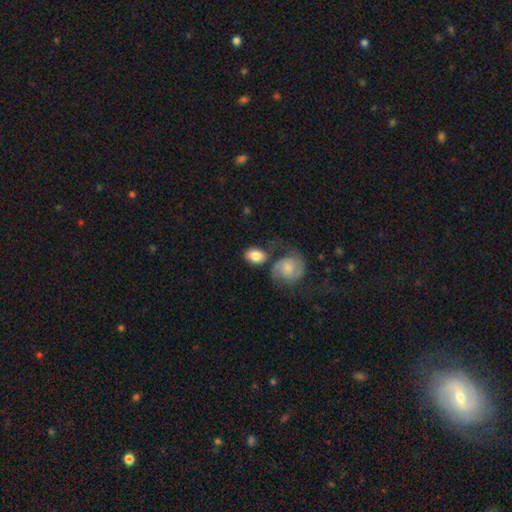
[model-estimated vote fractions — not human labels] Smooth or featured? Predicted: smooth (p=0.78). How rounded? Predicted: in between (p=0.74). Merging? Predicted: none (p=0.47).